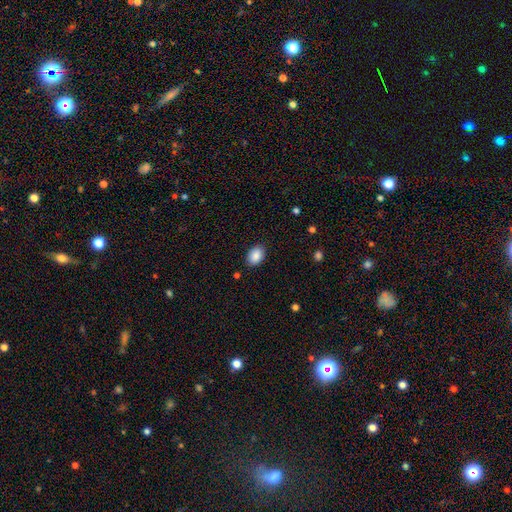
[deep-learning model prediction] Smooth or featured? Predicted: smooth (p=0.88). How rounded? Predicted: in between (p=0.84). Merging? Predicted: none (p=0.87).